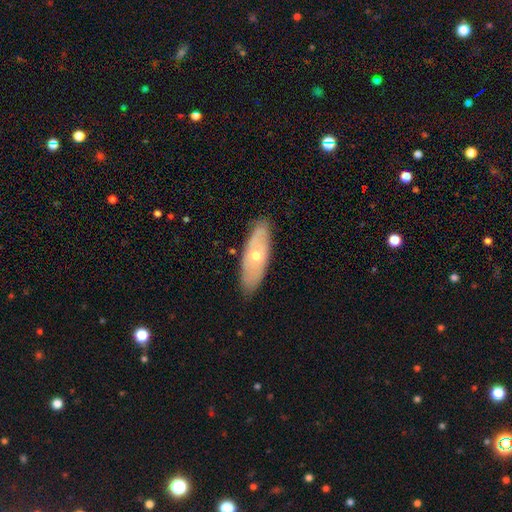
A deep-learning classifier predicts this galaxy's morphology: type=featured or disk (50%); edge-on=no (70%); merging=none (82%).